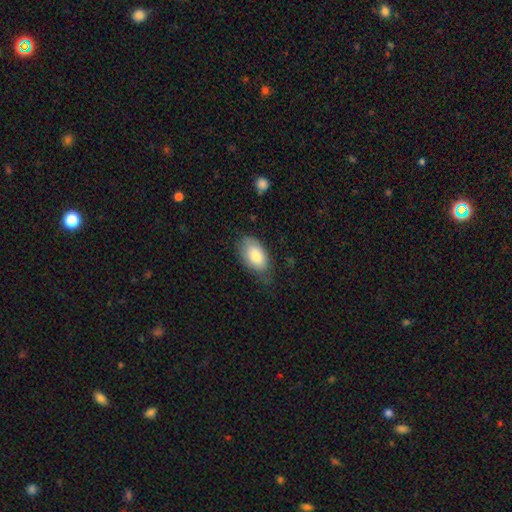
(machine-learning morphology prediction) smooth-or-featured: smooth: 80% | featured or disk: 14% | star or artifact: 6%
  how-rounded: in between: 94% | round: 4% | cigar-shaped: 2%
  merging: none: 63% | minor disturbance: 28% | major disturbance: 8% | merger: 1%